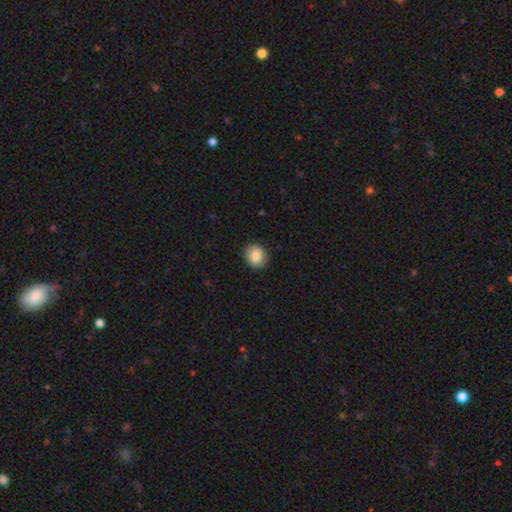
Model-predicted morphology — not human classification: smooth 86%, star or artifact 8%, featured or disk 7%. Down the decision tree: how rounded — round (67%); merging — none (89%).